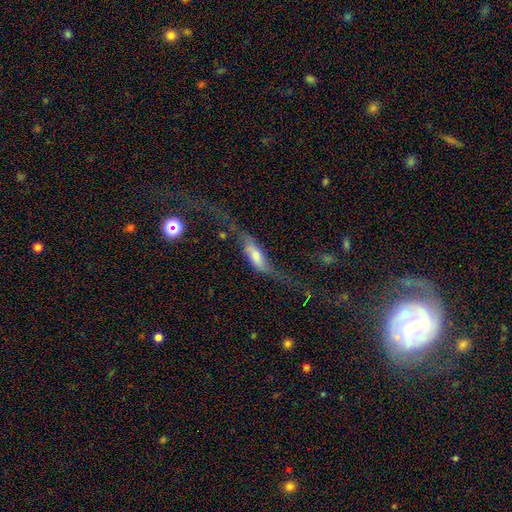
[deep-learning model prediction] A featured or disk galaxy (57%).

Vote fractions:
- Smooth or featured? featured or disk: 57% / smooth: 35% / star or artifact: 8%
- Edge-on disk? no: 63% / yes: 37%
- Merging? major disturbance: 42% / none: 33% / minor disturbance: 18% / merger: 7%